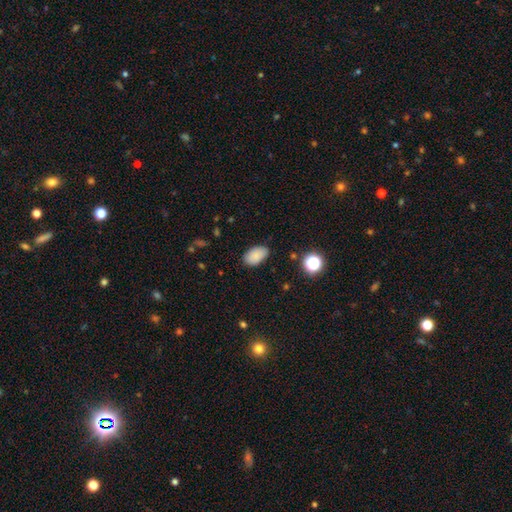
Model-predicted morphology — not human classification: type=smooth (86%); roundness=in between (91%); merging=none (82%).